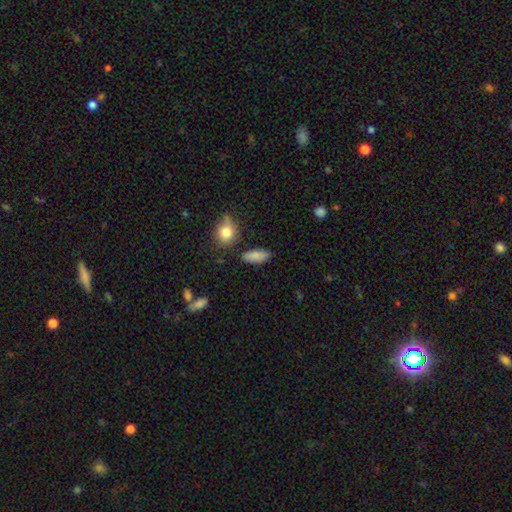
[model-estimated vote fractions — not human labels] Q: Smooth or featured?
A: smooth (85%); runner-up: star or artifact (8%)
Q: How rounded?
A: in between (76%); runner-up: cigar-shaped (20%)
Q: Merging?
A: none (81%); runner-up: minor disturbance (13%)